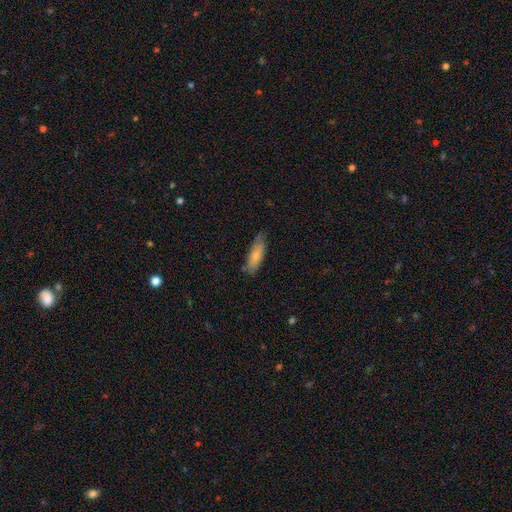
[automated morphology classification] Overall: smooth (77%). How rounded: in between (54%; cigar-shaped 45%). Merging: none (69%).